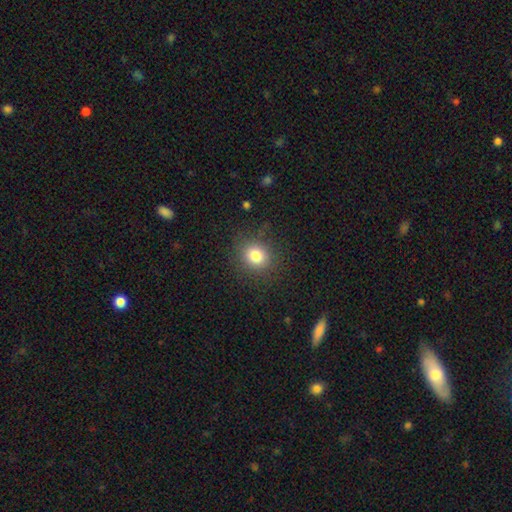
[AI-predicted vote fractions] Q: Smooth or featured?
A: smooth (82%); runner-up: star or artifact (12%)
Q: How rounded?
A: round (79%); runner-up: in between (21%)
Q: Merging?
A: none (86%); runner-up: minor disturbance (9%)